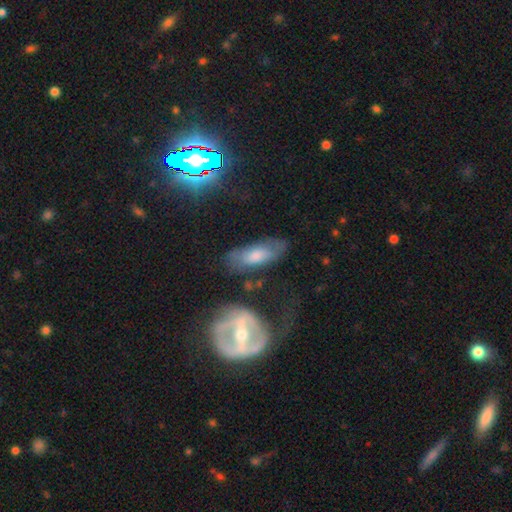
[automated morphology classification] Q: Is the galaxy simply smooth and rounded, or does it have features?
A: featured or disk — 46%.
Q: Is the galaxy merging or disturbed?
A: none — 63%.